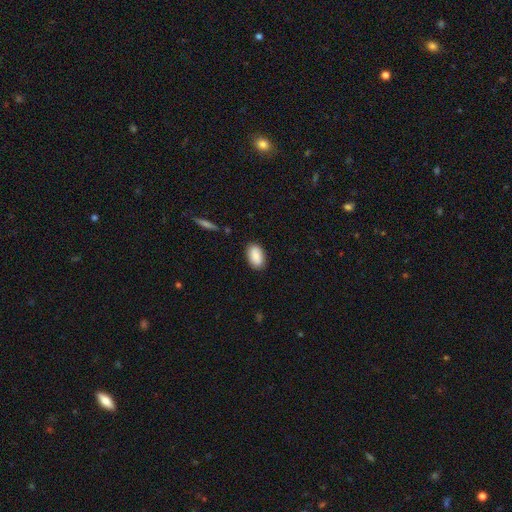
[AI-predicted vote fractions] Morphology: type=smooth (88%); roundness=in between (93%); merging=none (86%).